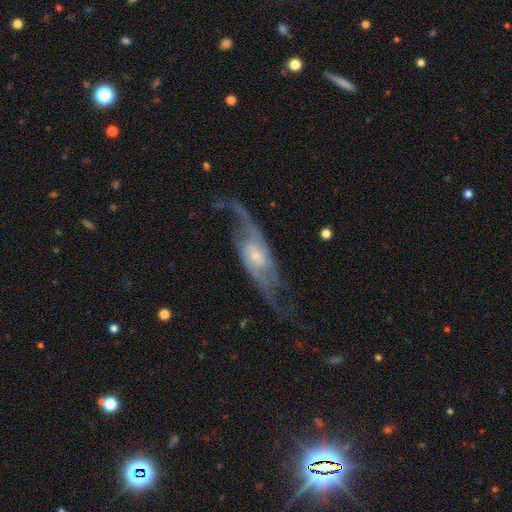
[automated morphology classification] Overall: featured or disk (85%). Edge-on disk: no (86%). Bar: no (52%; weak 37%). Spiral arms: yes (95%). Spiral arm count: 2 (89%). Spiral winding: loose (64%; medium 27%). Bulge size: small (55%; moderate 35%). Merging: none (64%).